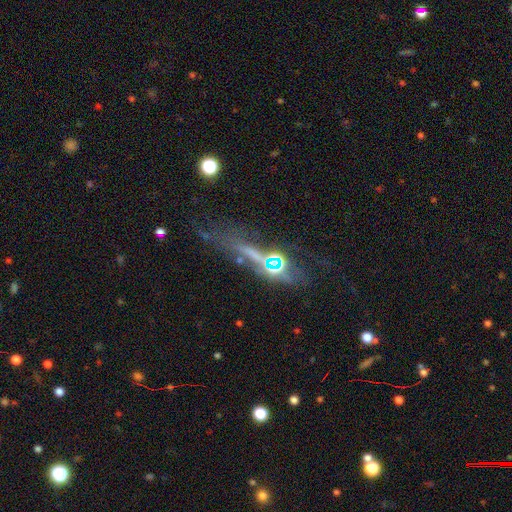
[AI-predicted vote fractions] Overall: star or artifact (43%; featured or disk 32%).